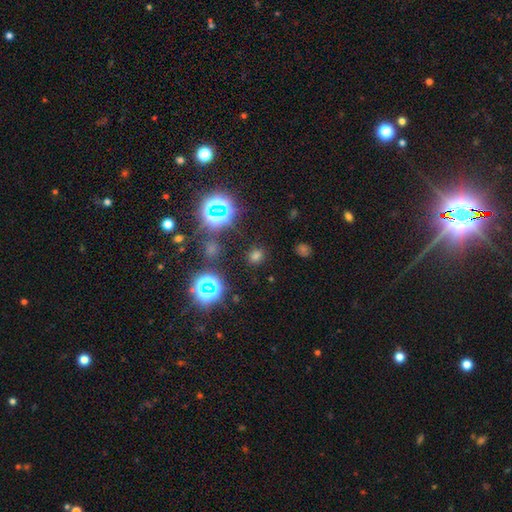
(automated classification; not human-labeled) Overall: smooth (57%; star or artifact 37%). How rounded: round (72%). Merging: none (84%).